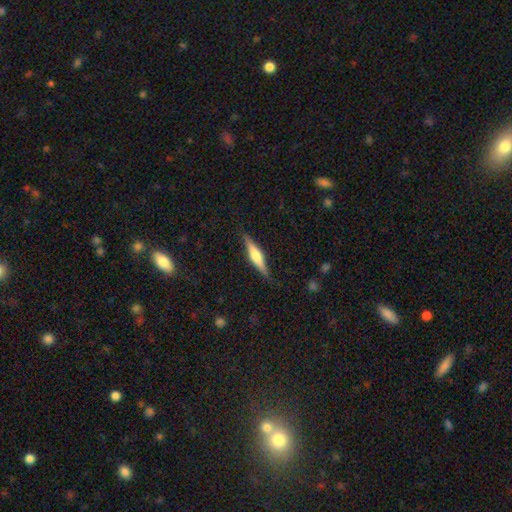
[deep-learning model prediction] Smooth or featured: featured or disk — 59% (smooth — 35%)
Edge-on disk: yes — 97% (no — 3%)
Edge-on bulge: rounded — 78% (boxy — 16%)
Merging: none — 88% (minor disturbance — 9%)